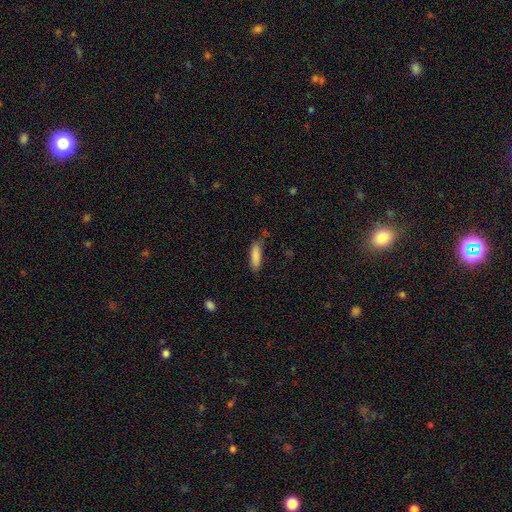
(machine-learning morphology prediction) smooth-or-featured: smooth: 86% | featured or disk: 7% | star or artifact: 7%
  how-rounded: cigar-shaped: 56% | in between: 43% | round: 2%
  merging: none: 68% | minor disturbance: 23% | major disturbance: 6% | merger: 3%